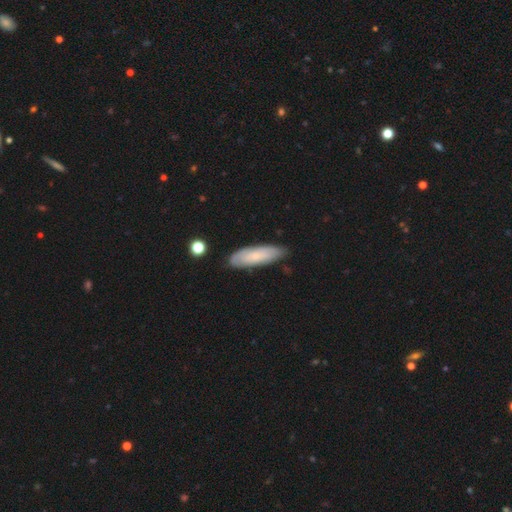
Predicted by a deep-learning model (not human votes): smooth 61%, featured or disk 33%, star or artifact 6%. Down the decision tree: how rounded — cigar-shaped (50%); merging — none (80%).